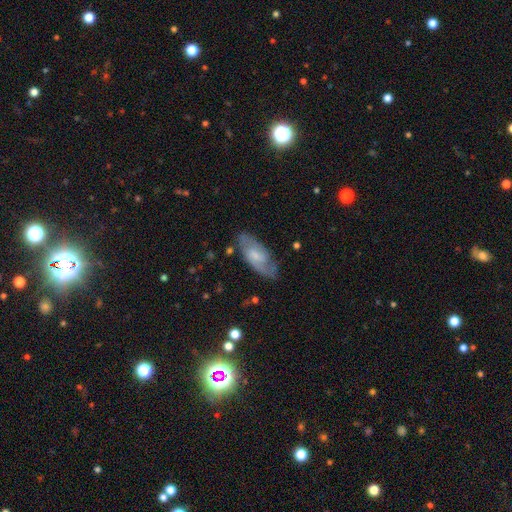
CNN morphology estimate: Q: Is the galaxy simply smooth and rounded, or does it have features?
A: featured or disk — 62%.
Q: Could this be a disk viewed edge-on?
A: no — 89%.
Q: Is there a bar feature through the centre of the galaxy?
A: weak — 47%.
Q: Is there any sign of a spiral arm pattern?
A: yes — 84%.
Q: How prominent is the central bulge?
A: small — 43%.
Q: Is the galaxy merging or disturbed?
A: none — 74%.